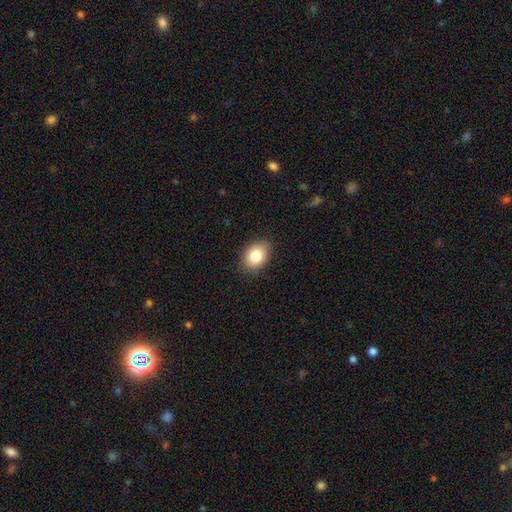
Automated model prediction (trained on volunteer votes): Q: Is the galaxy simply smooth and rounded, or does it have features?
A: smooth — 83%.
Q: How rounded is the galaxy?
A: in between — 74%.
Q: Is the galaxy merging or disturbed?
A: none — 87%.